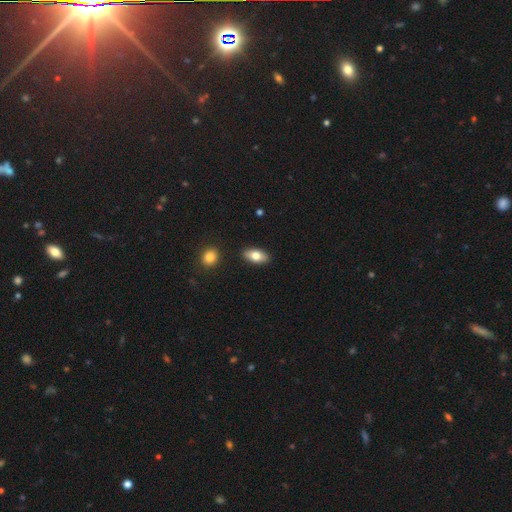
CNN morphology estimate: smooth-or-featured: smooth: 77% | featured or disk: 17% | star or artifact: 7%
  how-rounded: in between: 91% | cigar-shaped: 5% | round: 4%
  merging: none: 88% | minor disturbance: 8% | merger: 2% | major disturbance: 2%